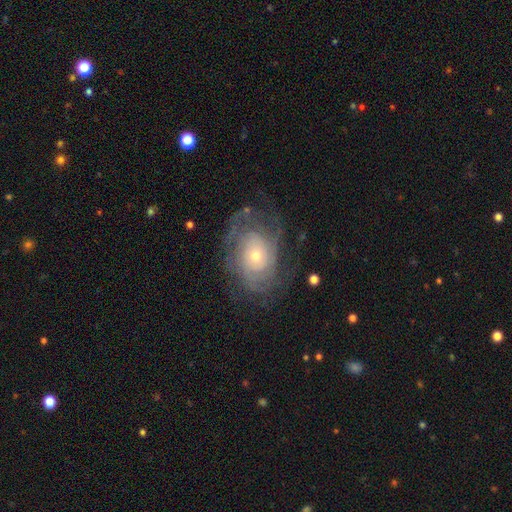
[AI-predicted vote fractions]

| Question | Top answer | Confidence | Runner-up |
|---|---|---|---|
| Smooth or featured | featured or disk | 81% | smooth (13%) |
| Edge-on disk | no | 96% | yes (4%) |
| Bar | no | 80% | weak (16%) |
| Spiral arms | yes | 89% | no (11%) |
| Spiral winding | tight | 67% | medium (25%) |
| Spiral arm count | can't tell | 48% | 2 (18%) |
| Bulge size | small | 56% | moderate (39%) |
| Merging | none | 65% | minor disturbance (19%) |